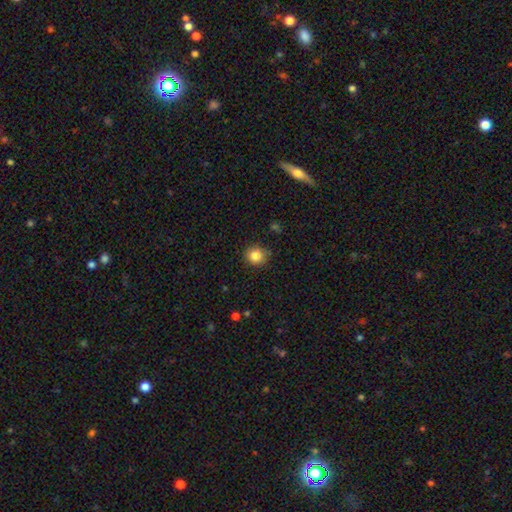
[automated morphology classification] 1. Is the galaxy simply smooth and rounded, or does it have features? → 84% smooth, 11% star or artifact, 5% featured or disk.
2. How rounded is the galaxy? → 88% round, 11% in between, 1% cigar-shaped.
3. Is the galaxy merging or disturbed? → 85% none, 11% minor disturbance, 3% major disturbance, 1% merger.